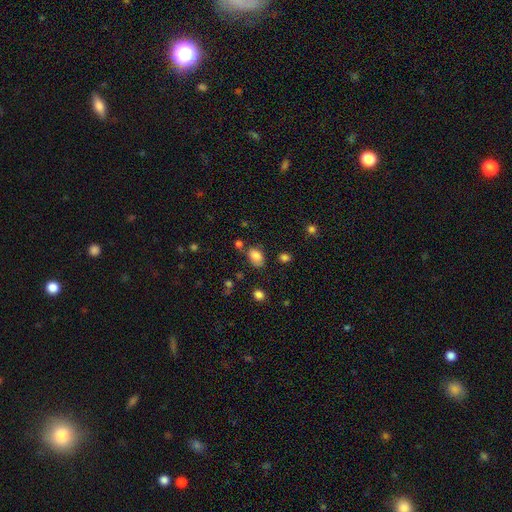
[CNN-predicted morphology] smooth_or_featured: smooth (p=0.83) [alt: star or artifact p=0.10]
how_rounded: in between (p=0.84) [alt: round p=0.15]
merging: none (p=0.61) [alt: minor disturbance p=0.23]